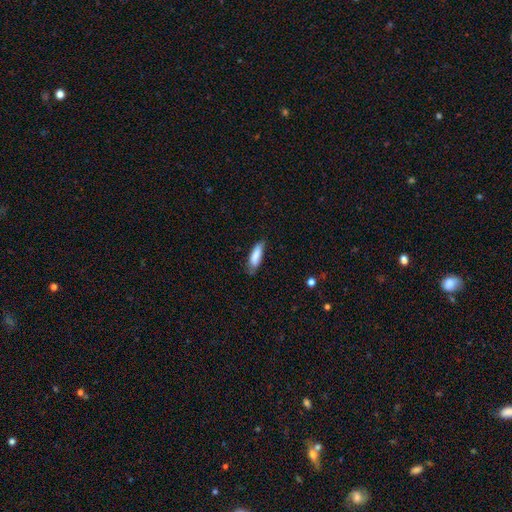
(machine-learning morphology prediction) Overall: smooth (83%). How rounded: cigar-shaped (51%; in between 47%). Merging: none (62%; minor disturbance 29%).